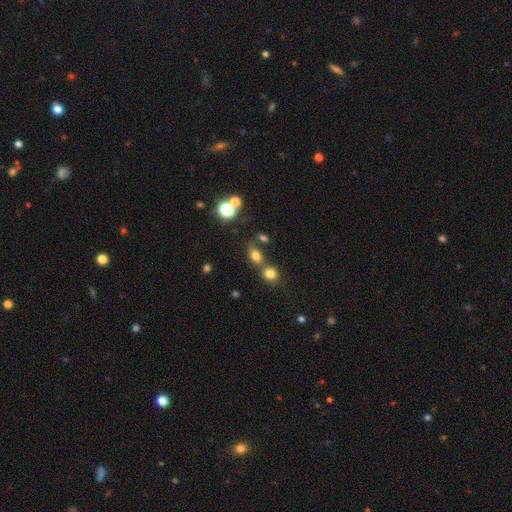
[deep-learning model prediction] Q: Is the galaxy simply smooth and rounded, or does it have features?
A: smooth — 73%.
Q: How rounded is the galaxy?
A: in between — 65%.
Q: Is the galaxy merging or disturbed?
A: none — 51%.